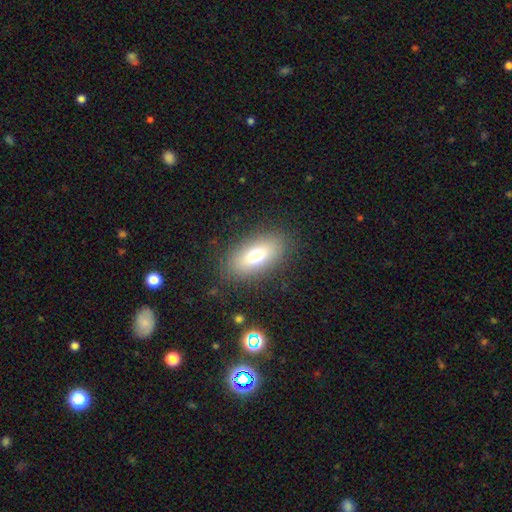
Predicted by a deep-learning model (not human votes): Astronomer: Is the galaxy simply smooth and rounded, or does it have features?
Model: smooth — 72%.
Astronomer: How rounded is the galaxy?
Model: in between — 87%.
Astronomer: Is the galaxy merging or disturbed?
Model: none — 85%.